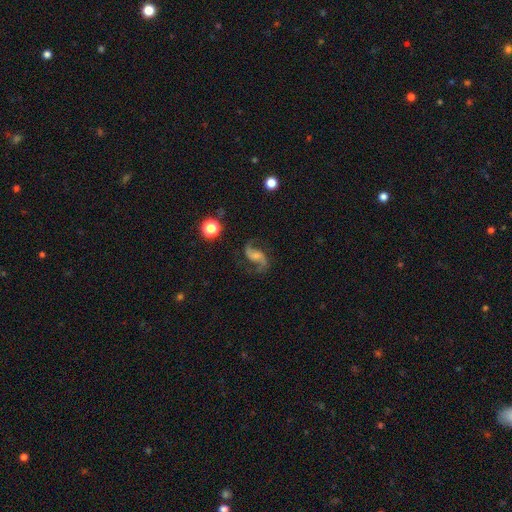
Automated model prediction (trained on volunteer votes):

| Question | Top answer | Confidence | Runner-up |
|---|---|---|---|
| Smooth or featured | featured or disk | 86% | star or artifact (7%) |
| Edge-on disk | no | 98% | yes (2%) |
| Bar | no | 43% | weak (41%) |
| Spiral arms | yes | 97% | no (3%) |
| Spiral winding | loose | 63% | medium (32%) |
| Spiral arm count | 2 | 93% | 1 (2%) |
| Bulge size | small | 38% | moderate (30%) |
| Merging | none | 75% | minor disturbance (14%) |